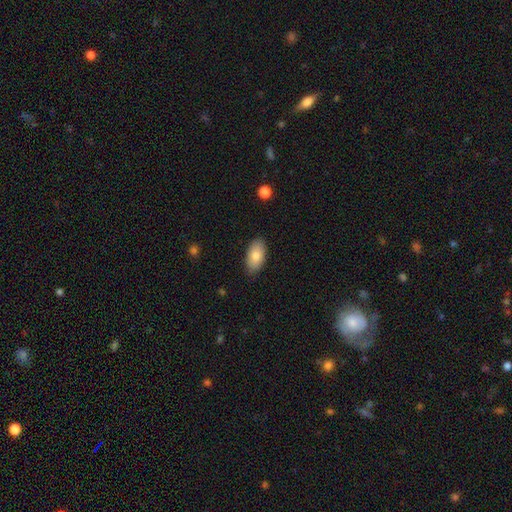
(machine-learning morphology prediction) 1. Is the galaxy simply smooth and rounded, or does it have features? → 82% smooth, 12% featured or disk, 6% star or artifact.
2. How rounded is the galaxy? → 94% in between, 3% round, 3% cigar-shaped.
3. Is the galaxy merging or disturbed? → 83% none, 13% minor disturbance, 2% major disturbance, 1% merger.